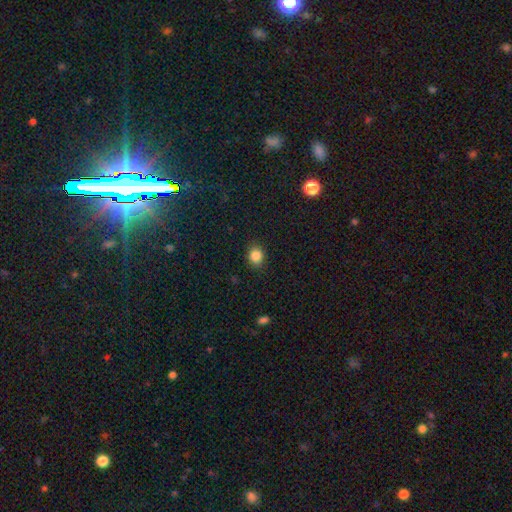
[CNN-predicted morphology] This is clearly a smooth galaxy (85%). How rounded: likely round (66%). Merging: clearly none (88%).